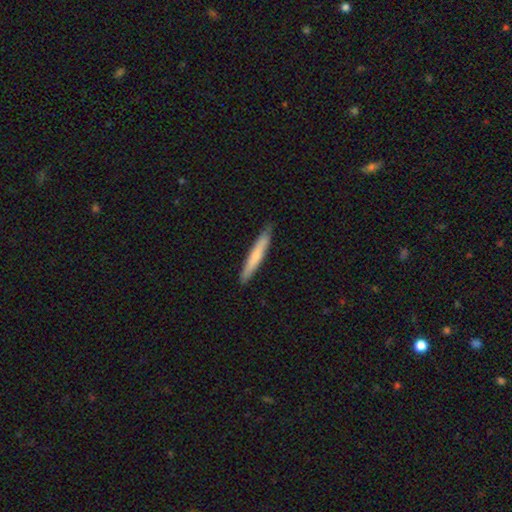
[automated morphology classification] type=smooth (69%); roundness=cigar-shaped (95%); merging=none (88%).